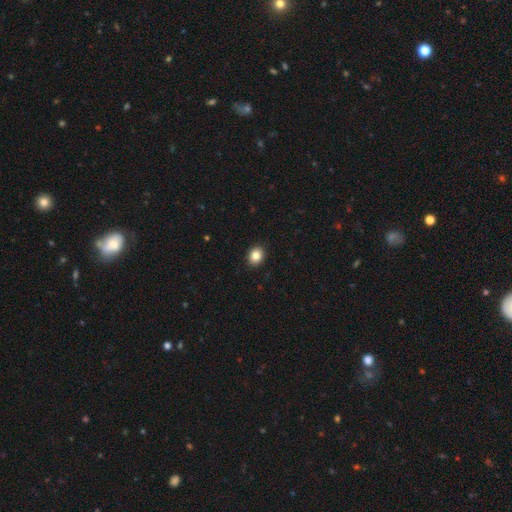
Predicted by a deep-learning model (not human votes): The model was most divided on "how rounded": round: 63%, in between: 36%, cigar-shaped: 1%. More confident: merging — none (92%); smooth or featured — smooth (84%).